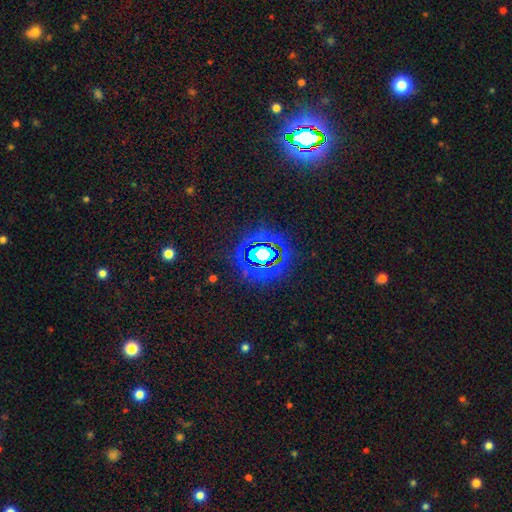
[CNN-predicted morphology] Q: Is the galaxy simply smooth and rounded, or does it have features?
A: star or artifact — 81%.